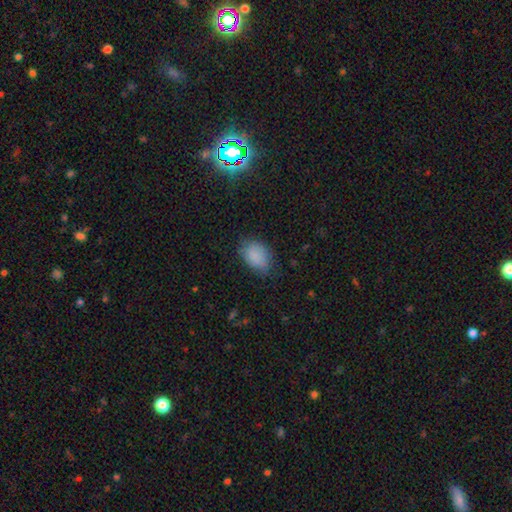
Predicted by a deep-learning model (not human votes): This appears to be a smooth galaxy with no disk features (86%) that is in between round and cigar-shaped (79%). Merging: none (70%).